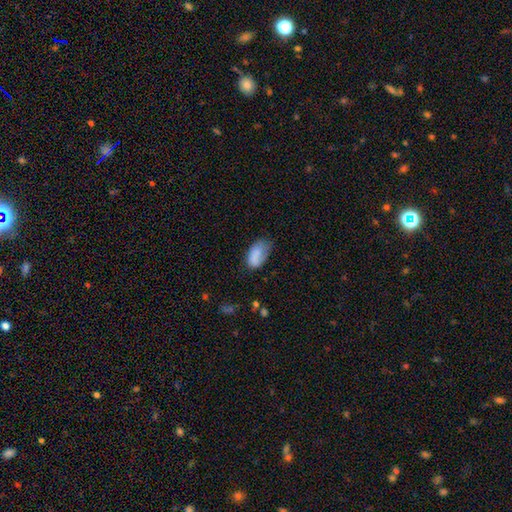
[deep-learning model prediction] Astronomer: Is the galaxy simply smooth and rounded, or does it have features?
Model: smooth — 81%.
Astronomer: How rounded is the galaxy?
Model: in between — 93%.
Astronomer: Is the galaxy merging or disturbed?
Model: none — 50% (runner-up: minor disturbance, 35%).